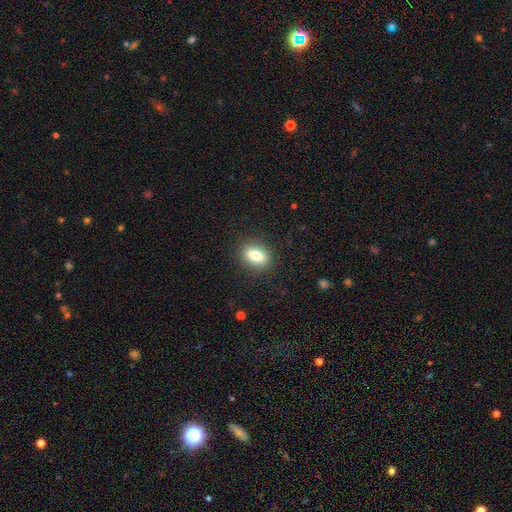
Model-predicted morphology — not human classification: smooth 81%, featured or disk 11%, star or artifact 8%. Down the decision tree: how rounded — in between (80%); merging — none (87%).